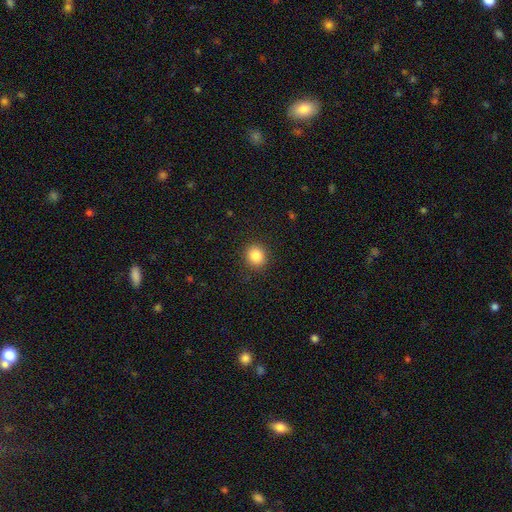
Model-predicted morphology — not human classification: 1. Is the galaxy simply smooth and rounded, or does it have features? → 86% smooth, 10% star or artifact, 4% featured or disk.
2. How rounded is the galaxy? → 85% round, 14% in between, 1% cigar-shaped.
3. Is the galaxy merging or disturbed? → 89% none, 7% minor disturbance, 2% major disturbance, 1% merger.